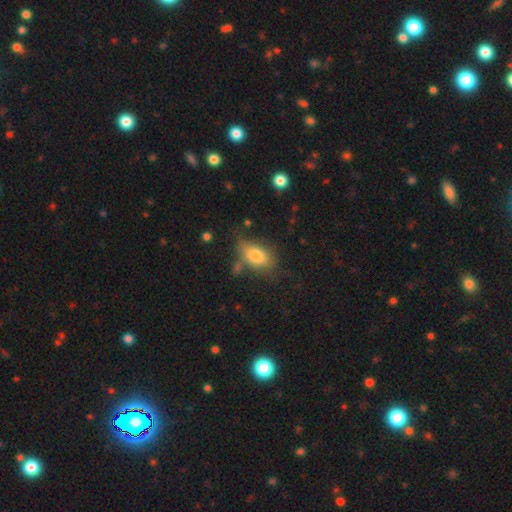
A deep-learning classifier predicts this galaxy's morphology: smooth_or_featured: smooth (p=0.77) [alt: featured or disk p=0.15]
how_rounded: in between (p=0.87) [alt: round p=0.09]
merging: none (p=0.59) [alt: minor disturbance p=0.25]